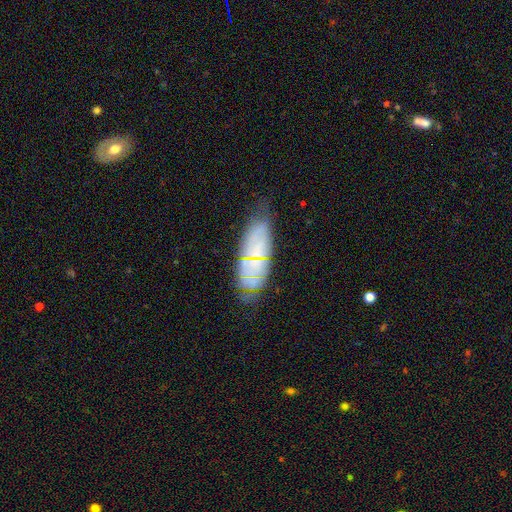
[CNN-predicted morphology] Smooth or featured: smooth — 53% (featured or disk — 28%)
How rounded: in between — 89% (cigar-shaped — 6%)
Merging: none — 72% (minor disturbance — 20%)